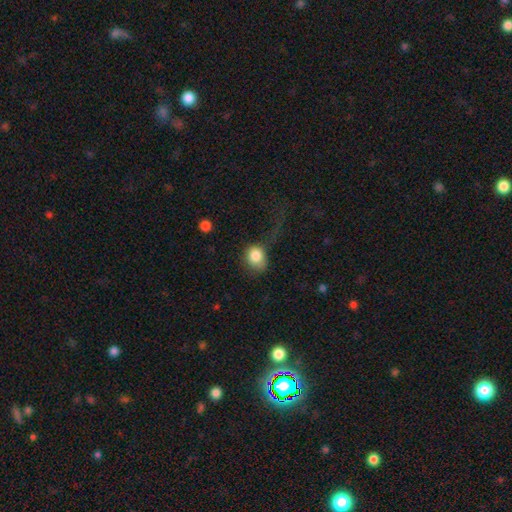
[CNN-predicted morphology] smooth-or-featured: smooth: 83% | star or artifact: 9% | featured or disk: 9%
  how-rounded: round: 60% | in between: 39% | cigar-shaped: 1%
  merging: none: 39% | major disturbance: 33% | minor disturbance: 24% | merger: 4%